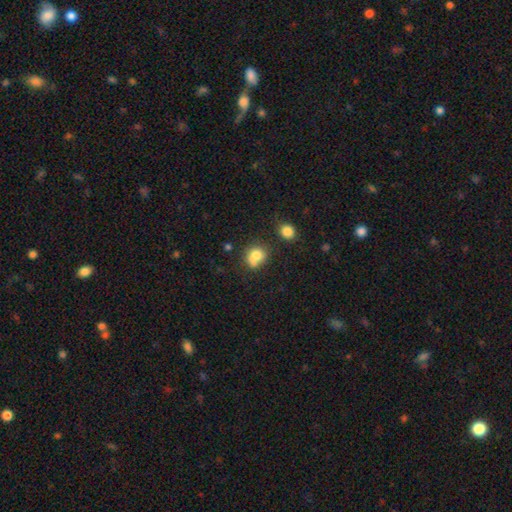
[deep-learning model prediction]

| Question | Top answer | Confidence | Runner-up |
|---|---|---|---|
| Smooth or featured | smooth | 77% | featured or disk (12%) |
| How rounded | round | 68% | in between (31%) |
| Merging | none | 45% | merger (24%) |